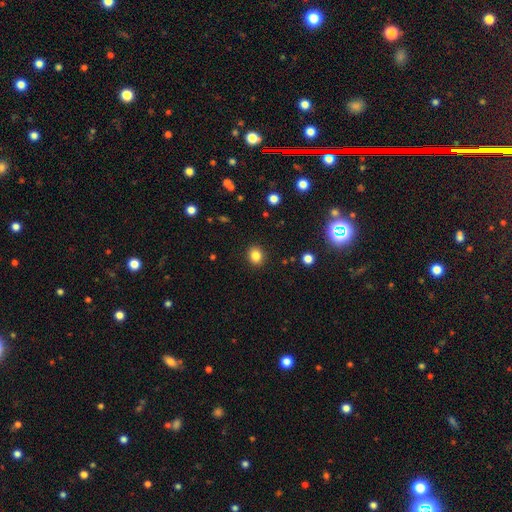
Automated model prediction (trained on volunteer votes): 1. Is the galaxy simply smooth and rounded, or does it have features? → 84% smooth, 11% star or artifact, 5% featured or disk.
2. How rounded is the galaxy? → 65% round, 34% in between, 1% cigar-shaped.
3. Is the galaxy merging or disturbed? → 90% none, 6% minor disturbance, 2% major disturbance, 1% merger.